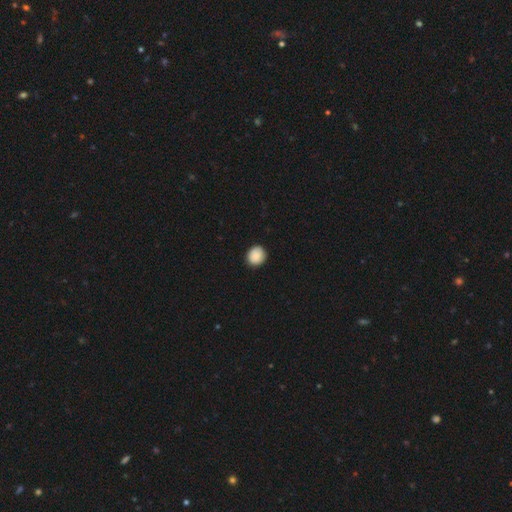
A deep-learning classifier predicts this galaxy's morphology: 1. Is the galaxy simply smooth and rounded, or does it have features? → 89% smooth, 8% star or artifact, 3% featured or disk.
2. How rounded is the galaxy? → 86% round, 13% in between, 1% cigar-shaped.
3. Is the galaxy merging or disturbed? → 90% none, 7% minor disturbance, 2% major disturbance, 1% merger.